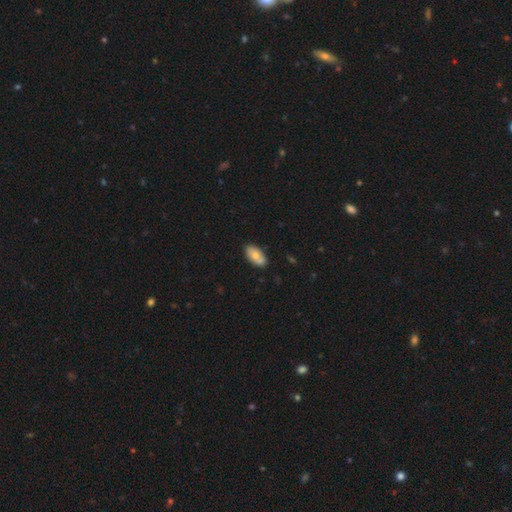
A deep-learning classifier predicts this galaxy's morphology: This appears to be a smooth galaxy with no disk features (68%) that is in between round and cigar-shaped (93%). Merging: none (68%).